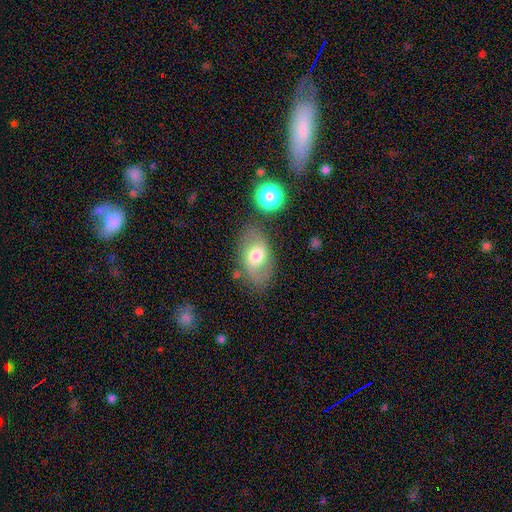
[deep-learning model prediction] Q: Smooth or featured?
A: smooth (63%); runner-up: featured or disk (29%)
Q: How rounded?
A: in between (86%); runner-up: round (12%)
Q: Merging?
A: none (72%); runner-up: minor disturbance (17%)